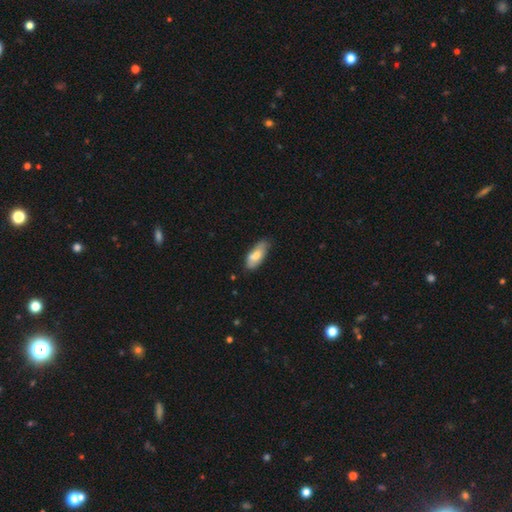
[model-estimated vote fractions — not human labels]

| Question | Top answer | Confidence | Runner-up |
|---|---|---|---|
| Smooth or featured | smooth | 69% | featured or disk (25%) |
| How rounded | in between | 83% | cigar-shaped (15%) |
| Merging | none | 65% | minor disturbance (26%) |